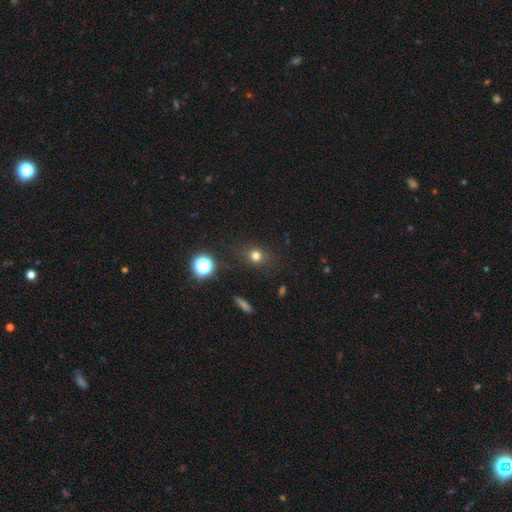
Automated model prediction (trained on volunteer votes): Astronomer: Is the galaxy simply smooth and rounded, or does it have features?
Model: smooth — 72%.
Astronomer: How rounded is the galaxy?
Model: round — 75%.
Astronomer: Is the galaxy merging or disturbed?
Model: none — 83%.